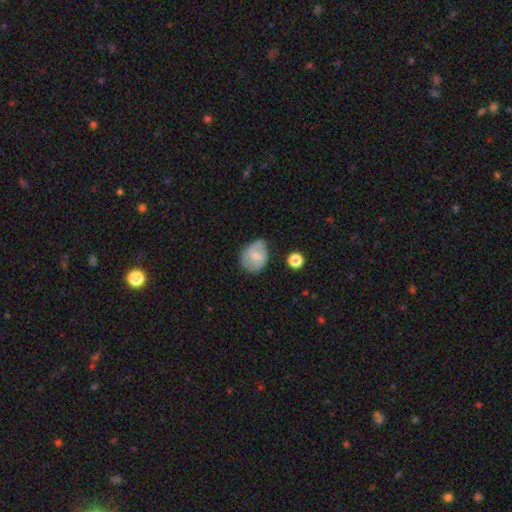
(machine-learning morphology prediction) smooth 55%, featured or disk 38%, star or artifact 8%. Down the decision tree: how rounded — round (52%); merging — none (55%).